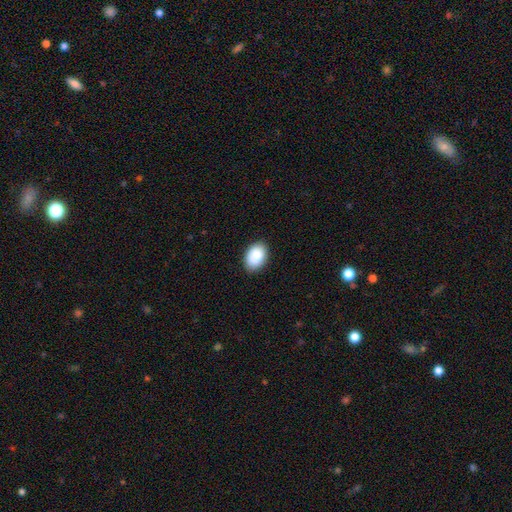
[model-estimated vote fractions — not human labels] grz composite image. It shows a smooth galaxy with no disk features (88%) that is in between round and cigar-shaped (88%). Merging: none (85%).